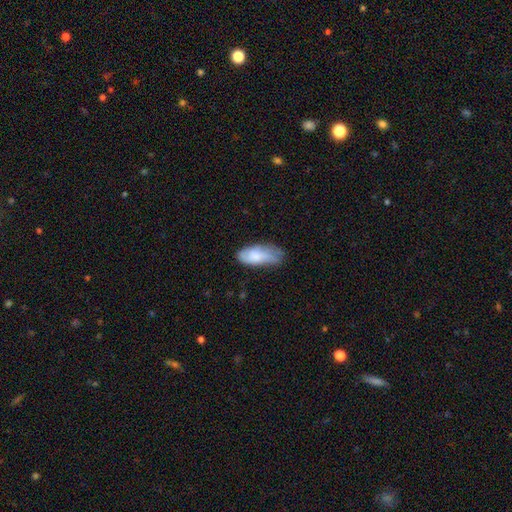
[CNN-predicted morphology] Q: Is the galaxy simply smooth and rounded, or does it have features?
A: smooth — 68%.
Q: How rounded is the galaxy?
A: in between — 86%.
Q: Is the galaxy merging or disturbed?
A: none — 48%.